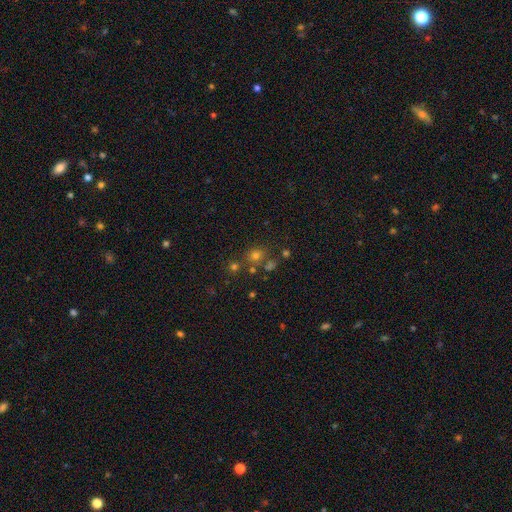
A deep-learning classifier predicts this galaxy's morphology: This appears to be a smooth galaxy with no disk features (54%) that is round (83%). Merging: none (69%).